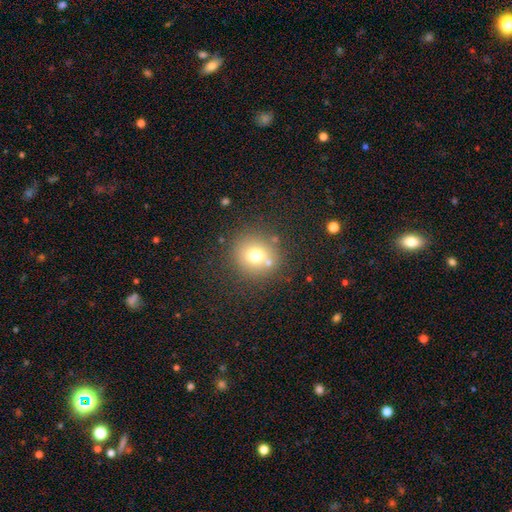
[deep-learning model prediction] This appears to be a smooth galaxy with no disk features (71%) that is round (89%). Merging: none (77%).